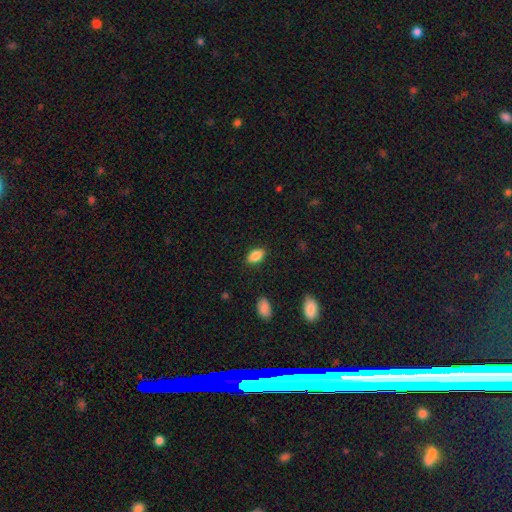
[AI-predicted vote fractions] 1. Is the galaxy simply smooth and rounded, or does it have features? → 87% smooth, 8% star or artifact, 6% featured or disk.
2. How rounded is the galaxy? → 90% in between, 6% round, 4% cigar-shaped.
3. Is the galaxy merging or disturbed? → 87% none, 10% minor disturbance, 2% major disturbance, 1% merger.